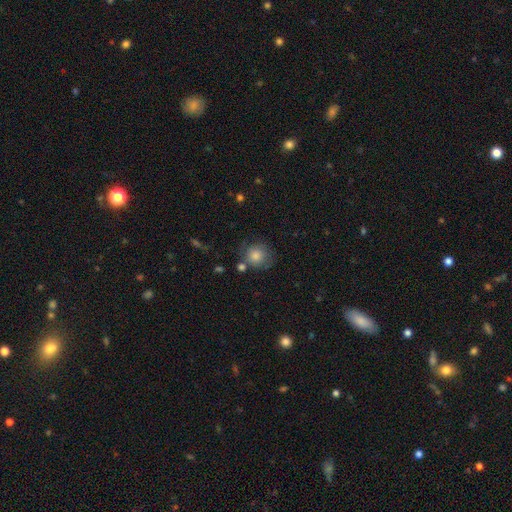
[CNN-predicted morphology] Smooth or featured: smooth — 80% (featured or disk — 12%)
How rounded: round — 87% (in between — 12%)
Merging: none — 64% (minor disturbance — 20%)